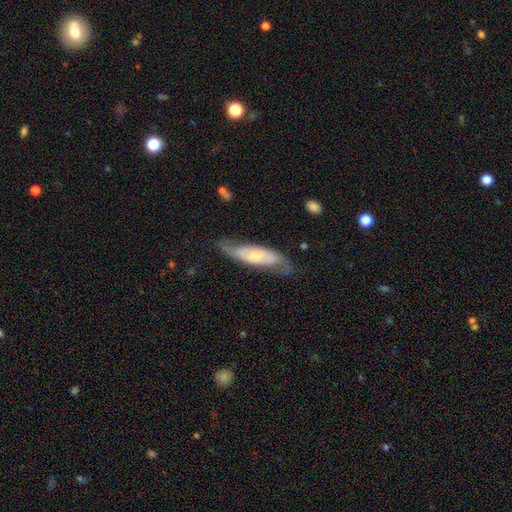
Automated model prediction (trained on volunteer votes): featured or disk 62%, smooth 32%, star or artifact 6%. Down the decision tree: edge-on disk — no (76%); merging — none (68%).